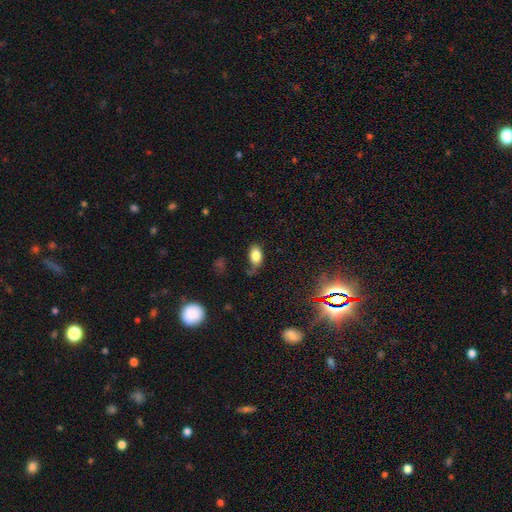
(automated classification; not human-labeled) smooth_or_featured: smooth (p=0.81) [alt: star or artifact p=0.09]
how_rounded: in between (p=0.89) [alt: round p=0.09]
merging: none (p=0.57) [alt: minor disturbance p=0.26]